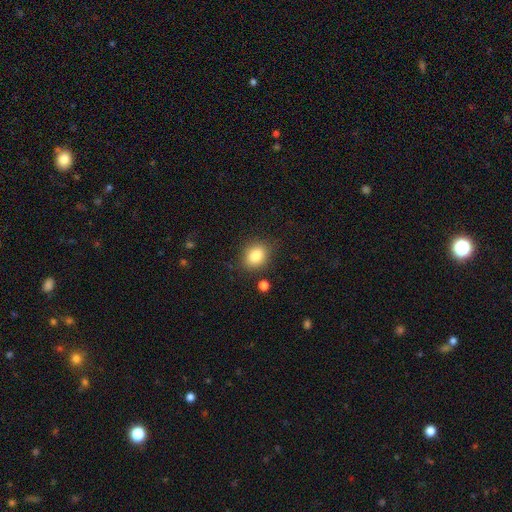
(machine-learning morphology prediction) Q: Smooth or featured?
A: smooth (84%); runner-up: star or artifact (9%)
Q: How rounded?
A: round (53%); runner-up: in between (46%)
Q: Merging?
A: none (82%); runner-up: minor disturbance (12%)